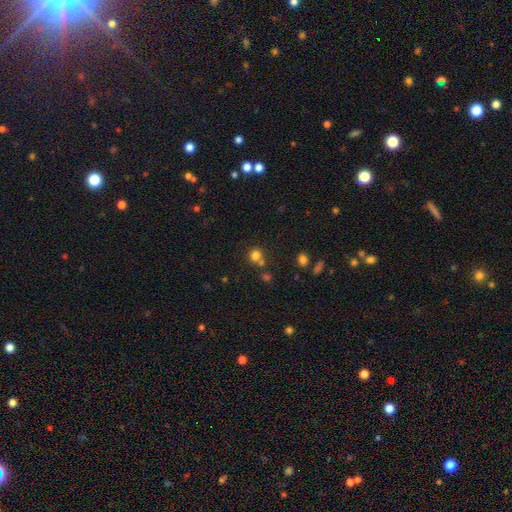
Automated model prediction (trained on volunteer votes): A smooth galaxy with no disk features (76%) that is round (88%).

Vote fractions:
- Smooth or featured? smooth: 76% / star or artifact: 17% / featured or disk: 7%
- How rounded? round: 88% / in between: 11% / cigar-shaped: 1%
- Merging? none: 63% / merger: 25% / minor disturbance: 9% / major disturbance: 4%